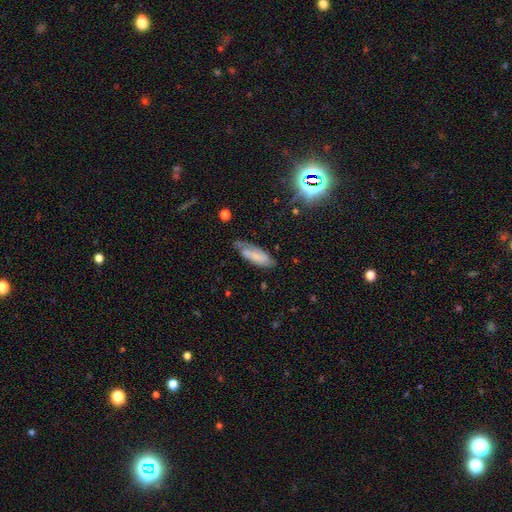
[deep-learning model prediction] smooth_or_featured: smooth (p=0.52) [alt: featured or disk p=0.38]
how_rounded: in between (p=0.62) [alt: cigar-shaped p=0.36]
merging: none (p=0.57) [alt: minor disturbance p=0.29]